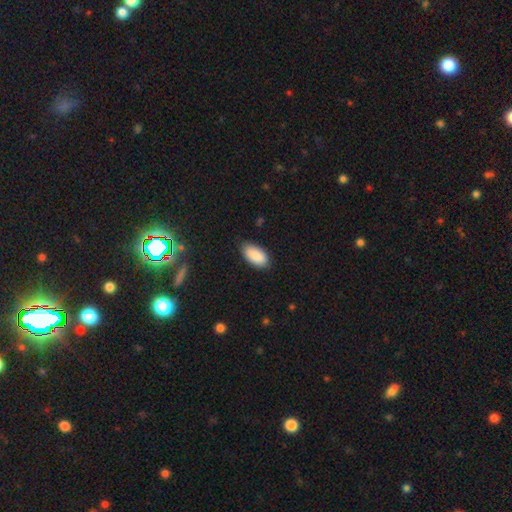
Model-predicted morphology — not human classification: The model was most divided on "merging": none: 84%, minor disturbance: 12%, major disturbance: 2%, merger: 1%. More confident: how rounded — in between (93%); smooth or featured — smooth (89%).